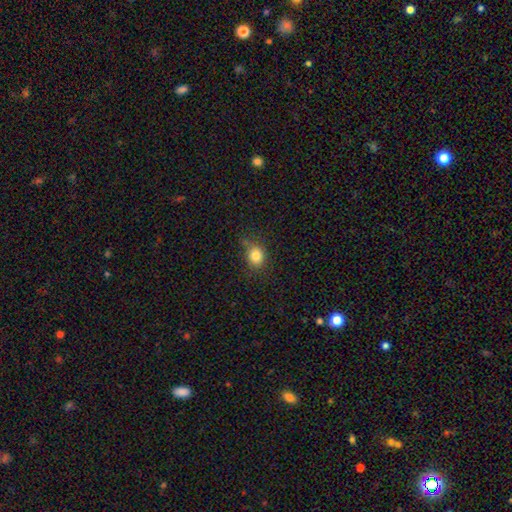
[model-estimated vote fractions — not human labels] smooth_or_featured: smooth (p=0.82) [alt: star or artifact p=0.12]
how_rounded: round (p=0.67) [alt: in between p=0.32]
merging: none (p=0.72) [alt: minor disturbance p=0.20]